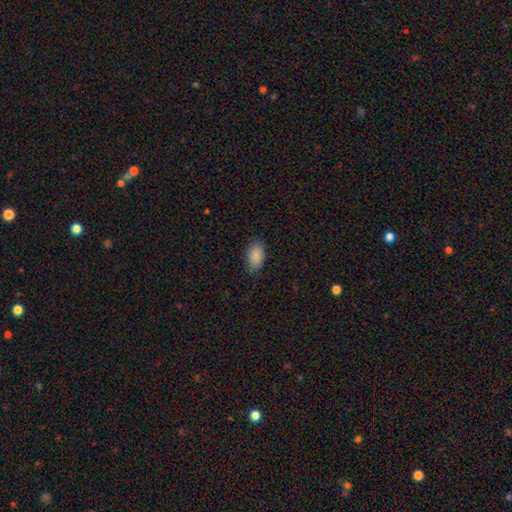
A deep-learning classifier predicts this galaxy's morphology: A smooth galaxy with no disk features (89%) that is in between round and cigar-shaped (93%).

Vote fractions:
- Smooth or featured? smooth: 89% / star or artifact: 7% / featured or disk: 4%
- How rounded? in between: 93% / round: 5% / cigar-shaped: 2%
- Merging? none: 81% / minor disturbance: 15% / major disturbance: 3% / merger: 1%